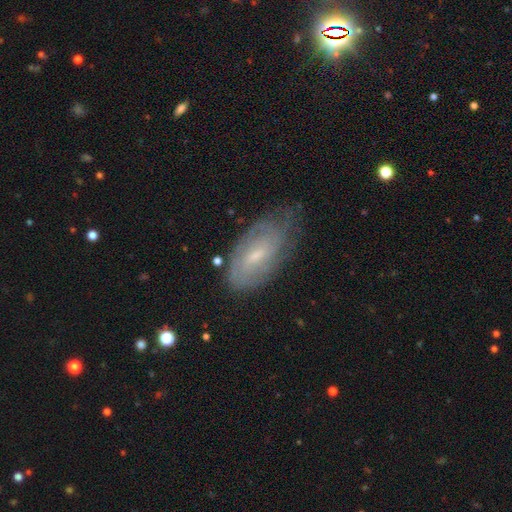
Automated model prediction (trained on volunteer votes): This appears to be a featured or disk galaxy (63%) with a weak bar (51%), spiral arms (81%) and a small central bulge (56%). Merging: none (61%).